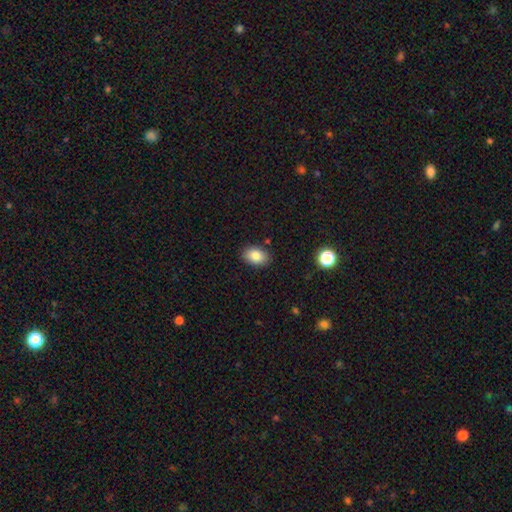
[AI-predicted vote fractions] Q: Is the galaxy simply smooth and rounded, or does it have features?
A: smooth — 84%.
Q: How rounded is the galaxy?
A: in between — 85%.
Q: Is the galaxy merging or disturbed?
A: none — 86%.